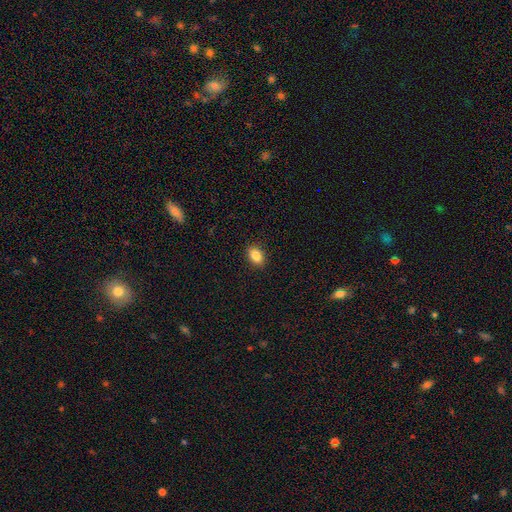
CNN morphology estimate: This appears to be a smooth galaxy with no disk features (85%) that is in between round and cigar-shaped (85%). Merging: none (89%).